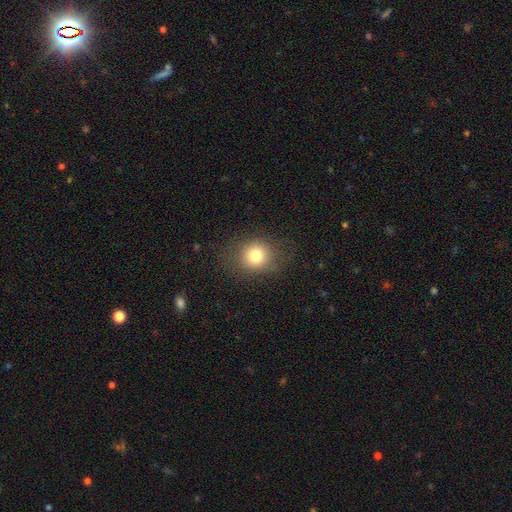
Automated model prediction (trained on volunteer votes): smooth-or-featured: smooth: 79% | star or artifact: 12% | featured or disk: 9%
  how-rounded: round: 74% | in between: 26% | cigar-shaped: 1%
  merging: none: 80% | minor disturbance: 12% | major disturbance: 6% | merger: 1%